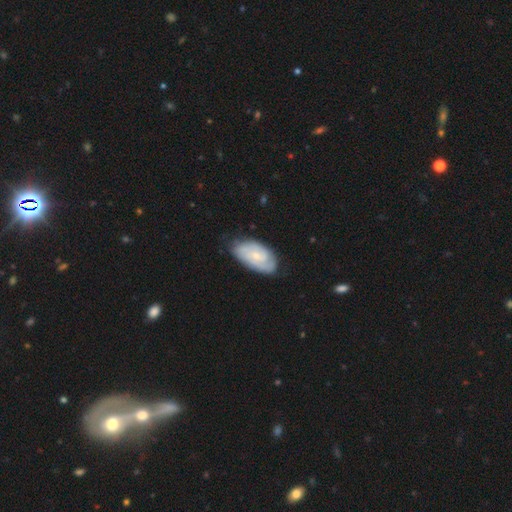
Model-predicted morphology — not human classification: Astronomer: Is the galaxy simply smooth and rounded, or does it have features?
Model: featured or disk — 66%.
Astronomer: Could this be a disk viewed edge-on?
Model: no — 96%.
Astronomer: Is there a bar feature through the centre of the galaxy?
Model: no — 69%.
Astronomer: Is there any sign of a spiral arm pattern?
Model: yes — 89%.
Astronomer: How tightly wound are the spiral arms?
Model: tight — 61%.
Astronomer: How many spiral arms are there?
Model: can't tell — 39% (runner-up: 2, 34%).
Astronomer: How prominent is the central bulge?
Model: small — 69%.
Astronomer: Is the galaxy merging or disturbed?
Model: none — 72%.